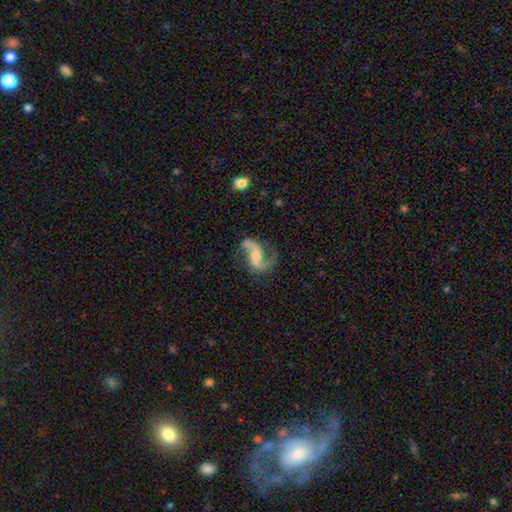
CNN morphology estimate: Smooth or featured? featured or disk (89%)
Edge-on disk? no (97%)
Bar? no (42%)
Spiral arms? yes (97%)
Spiral winding? loose (65%)
Spiral arm count? 2 (92%)
Bulge size? small (46%)
Merging? none (67%)